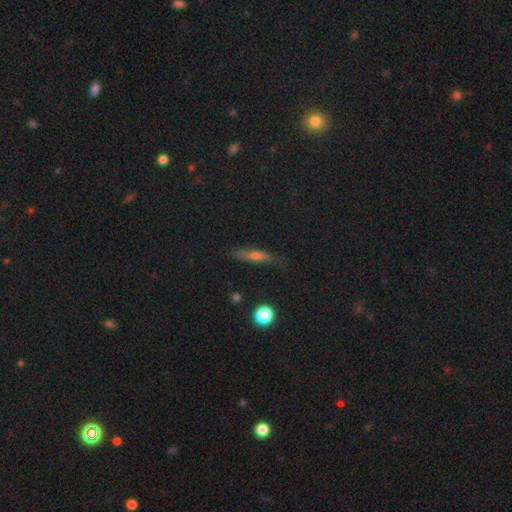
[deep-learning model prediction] Smooth or featured? Predicted: smooth (p=0.51). How rounded? Predicted: cigar-shaped (p=0.81). Merging? Predicted: none (p=0.78).